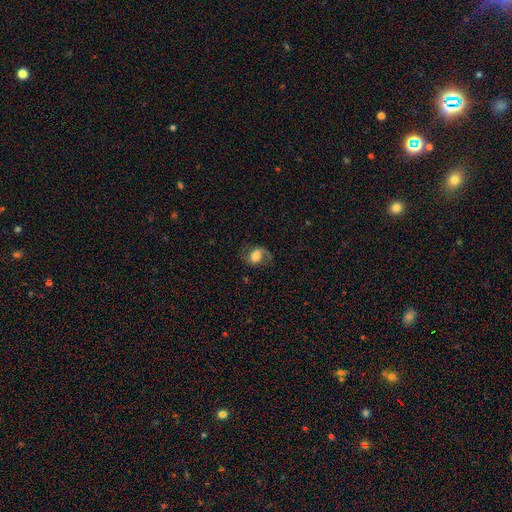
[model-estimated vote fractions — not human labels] featured or disk 63%, smooth 28%, star or artifact 9%. Down the decision tree: edge-on disk — no (97%); bar — no (46%); spiral arms — yes (91%); spiral arm count — 2 (77%); spiral winding — medium (44%); bulge size — moderate (41%); merging — none (66%).